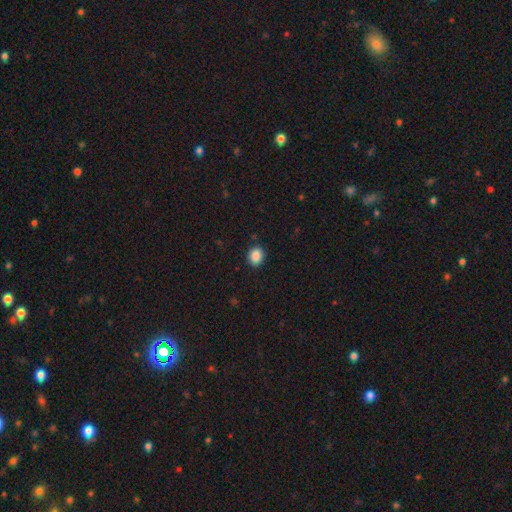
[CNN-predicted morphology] Smooth or featured? smooth (88%)
How rounded? round (59%)
Merging? none (90%)